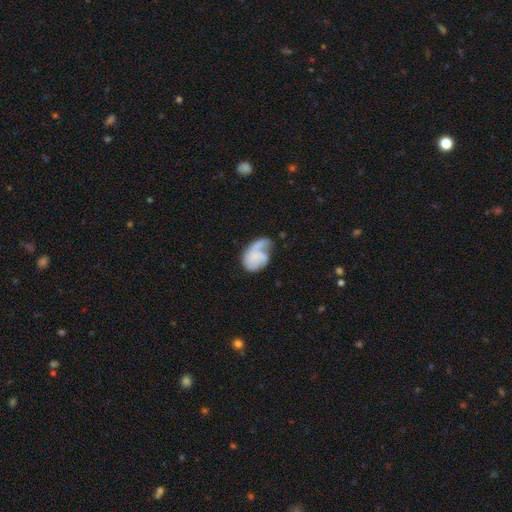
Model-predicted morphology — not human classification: smooth 47%, featured or disk 45%, star or artifact 8%. Down the decision tree: merging — major disturbance (36%).